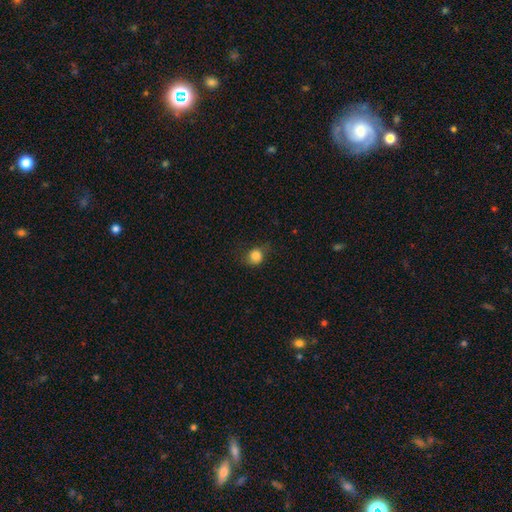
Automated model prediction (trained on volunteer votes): This appears to be a smooth galaxy with no disk features (83%) that is round (76%). Merging: none (61%).